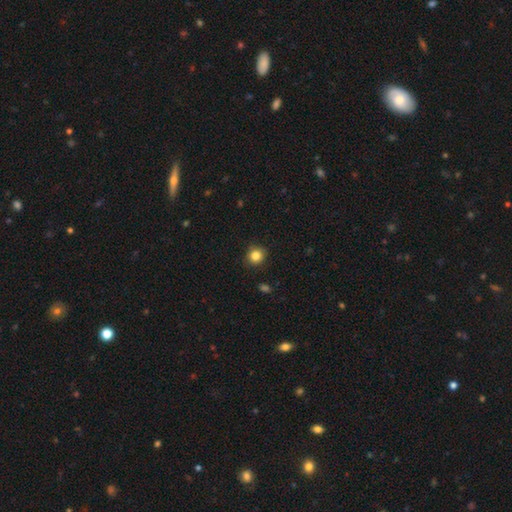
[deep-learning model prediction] This appears to be a smooth galaxy with no disk features (84%) that is round (87%). Merging: none (87%).